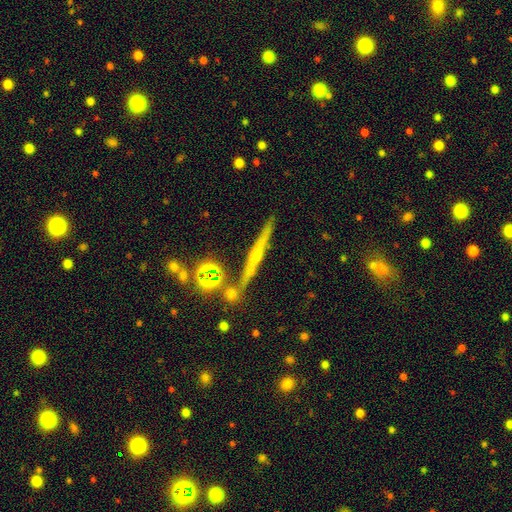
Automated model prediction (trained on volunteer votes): This appears to be a featured or disk galaxy (61%) viewed edge-on (95%) with a rounded central bulge (58%). Merging: none (83%).